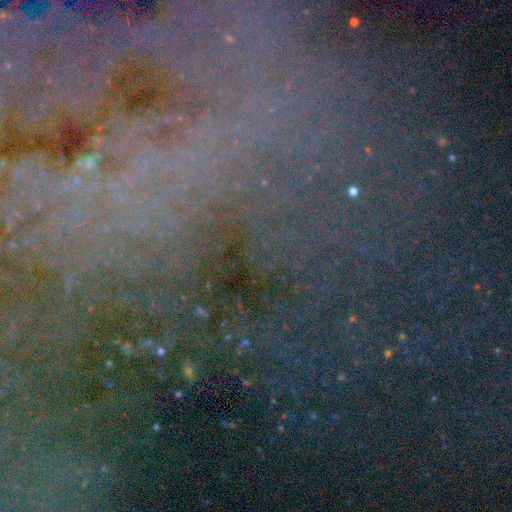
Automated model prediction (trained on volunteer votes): Q: Smooth or featured?
A: star or artifact (65%); runner-up: featured or disk (22%)